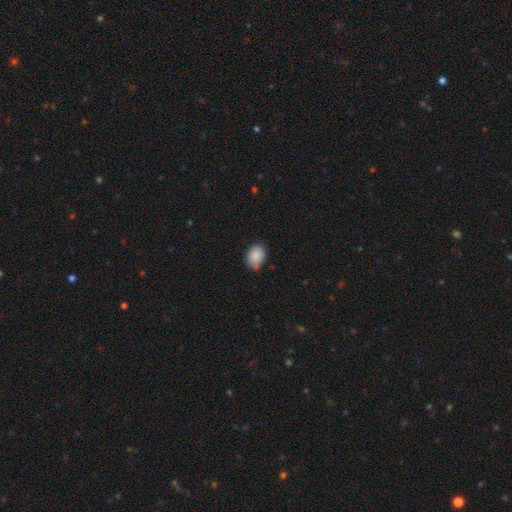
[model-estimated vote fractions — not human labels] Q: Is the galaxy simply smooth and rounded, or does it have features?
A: smooth — 87%.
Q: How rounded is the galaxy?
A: in between — 64%.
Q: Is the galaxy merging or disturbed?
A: none — 69%.